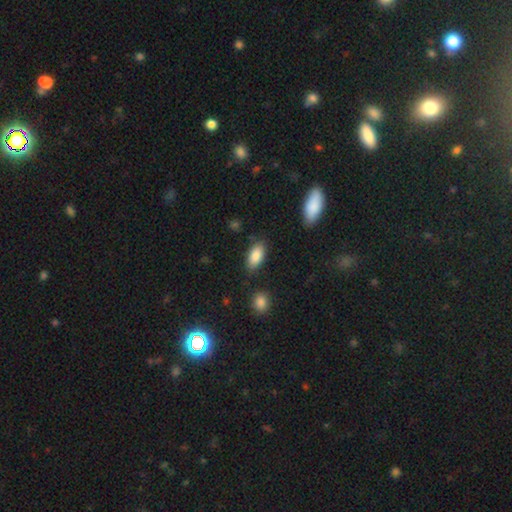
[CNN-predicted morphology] Smooth or featured?
  - smooth: 87% *
  - star or artifact: 7%
  - featured or disk: 6%
How rounded?
  - in between: 91% *
  - cigar-shaped: 6%
  - round: 3%
Merging?
  - none: 82% *
  - minor disturbance: 12%
  - major disturbance: 3%
  - merger: 3%